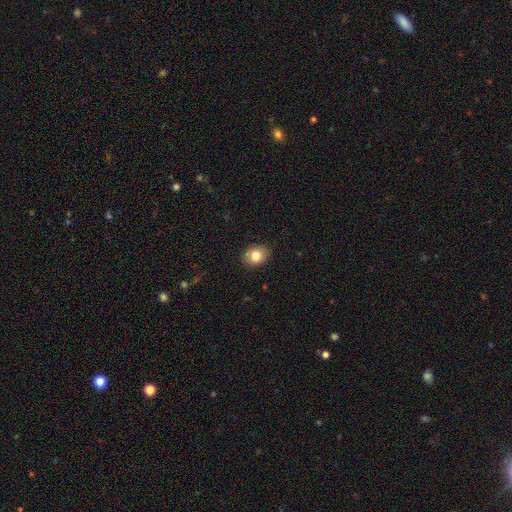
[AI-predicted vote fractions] Morphology: type=smooth (81%); roundness=in between (54%); merging=none (88%).